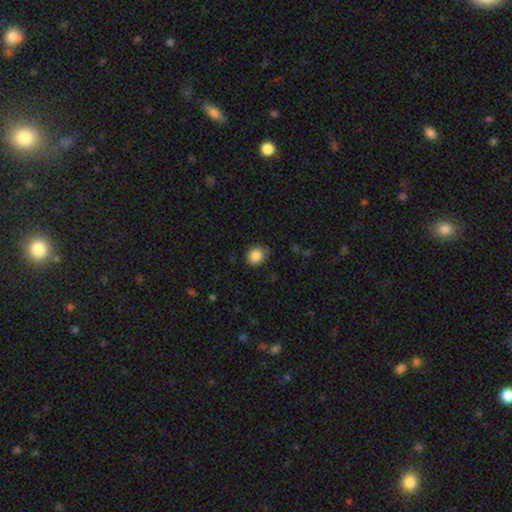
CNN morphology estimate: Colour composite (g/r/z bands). It shows a smooth galaxy with no disk features (87%) that is round (72%). Merging: none (76%).